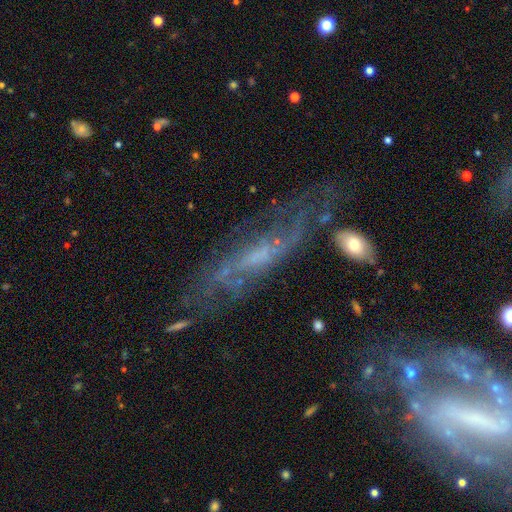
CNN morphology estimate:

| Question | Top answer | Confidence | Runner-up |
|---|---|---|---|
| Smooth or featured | featured or disk | 73% | smooth (17%) |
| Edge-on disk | no | 72% | yes (28%) |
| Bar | no | 48% | weak (40%) |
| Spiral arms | yes | 81% | no (19%) |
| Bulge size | small | 47% | moderate (26%) |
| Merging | none | 61% | minor disturbance (21%) |